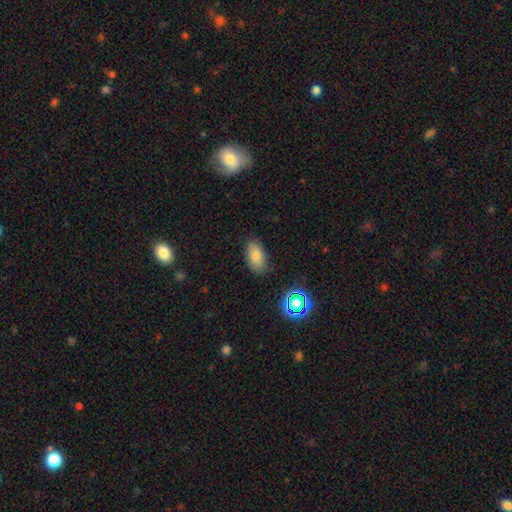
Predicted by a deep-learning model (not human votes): This appears to be a smooth galaxy with no disk features (78%) that is in between round and cigar-shaped (91%). Merging: none (84%).